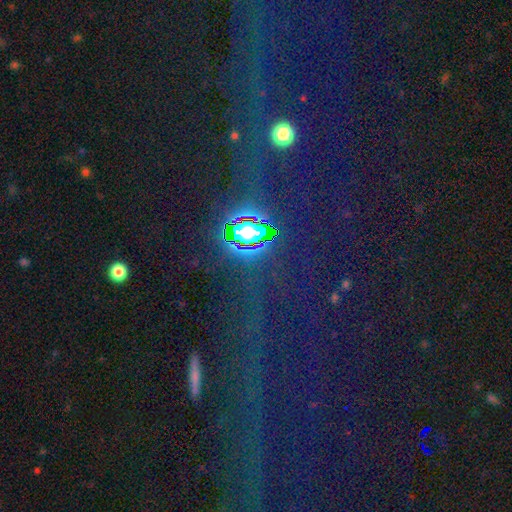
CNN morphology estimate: Smooth or featured? Predicted: star or artifact (p=0.81).